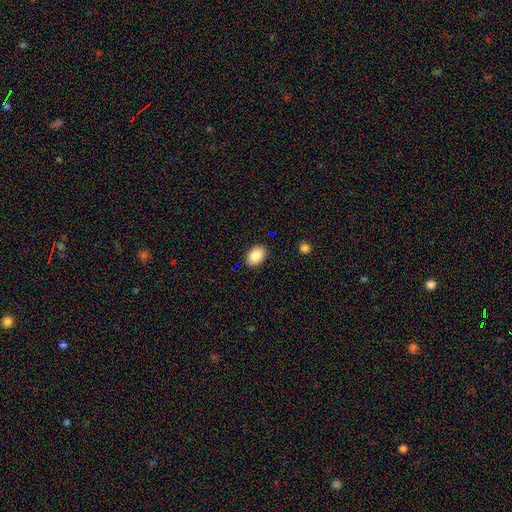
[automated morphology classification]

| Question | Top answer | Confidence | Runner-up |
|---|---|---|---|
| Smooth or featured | smooth | 88% | star or artifact (8%) |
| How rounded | in between | 79% | round (20%) |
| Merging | none | 87% | minor disturbance (9%) |